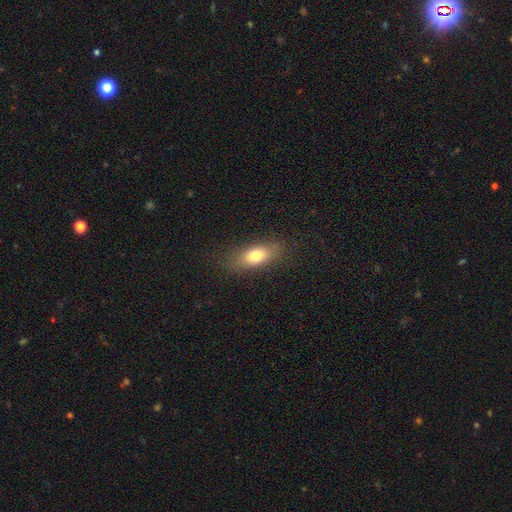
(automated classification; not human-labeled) Smooth or featured?
  - smooth: 76% *
  - featured or disk: 16%
  - star or artifact: 8%
How rounded?
  - in between: 78% *
  - cigar-shaped: 16%
  - round: 6%
Merging?
  - none: 80% *
  - minor disturbance: 14%
  - major disturbance: 5%
  - merger: 1%